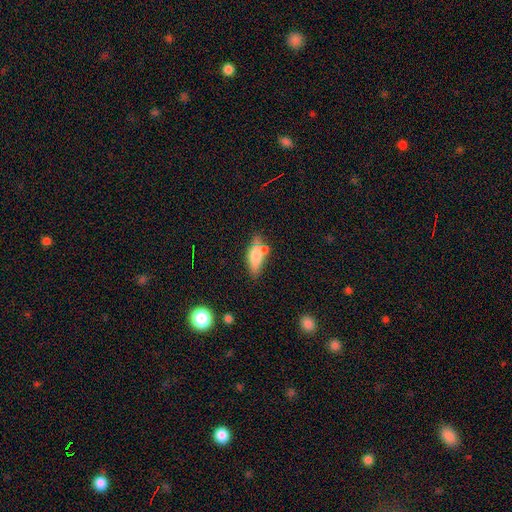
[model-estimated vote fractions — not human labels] The model was most divided on "merging": none: 49%, minor disturbance: 22%, merger: 21%, major disturbance: 8%. More confident: how rounded — in between (71%); smooth or featured — smooth (70%).